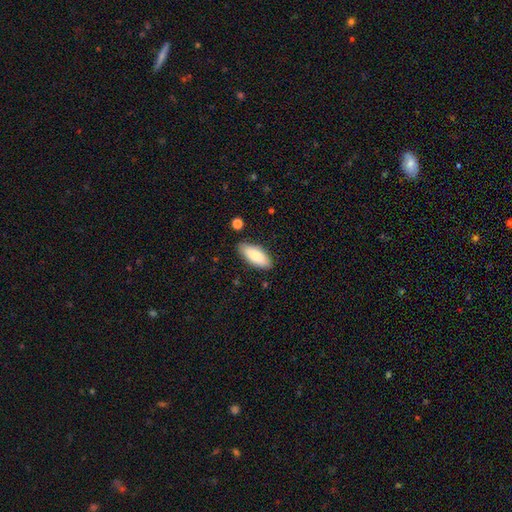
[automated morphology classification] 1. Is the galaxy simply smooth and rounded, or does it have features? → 83% smooth, 11% featured or disk, 6% star or artifact.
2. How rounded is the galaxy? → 79% in between, 19% cigar-shaped, 2% round.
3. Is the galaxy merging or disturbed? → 84% none, 11% minor disturbance, 2% major disturbance, 2% merger.